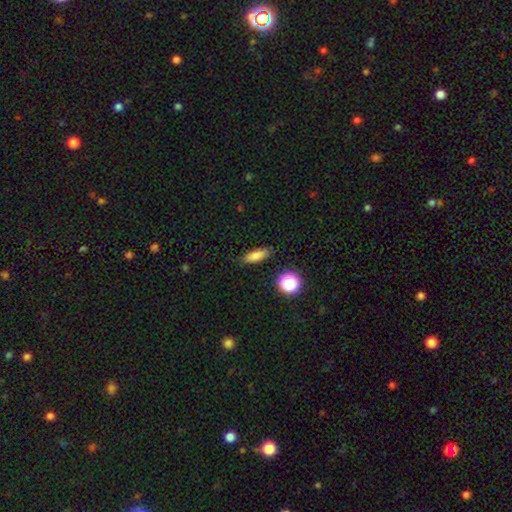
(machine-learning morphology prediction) Overall: smooth (78%). How rounded: in between (51%; cigar-shaped 42%). Merging: none (83%).